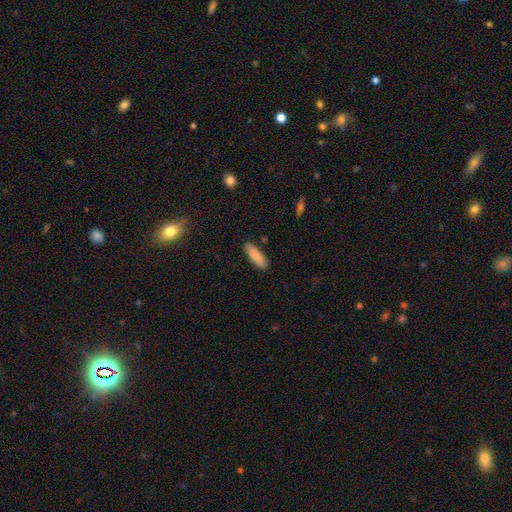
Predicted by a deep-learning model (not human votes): smooth-or-featured: smooth: 84% | featured or disk: 9% | star or artifact: 6%
  how-rounded: in between: 52% | cigar-shaped: 46% | round: 2%
  merging: none: 86% | minor disturbance: 11% | major disturbance: 2% | merger: 2%